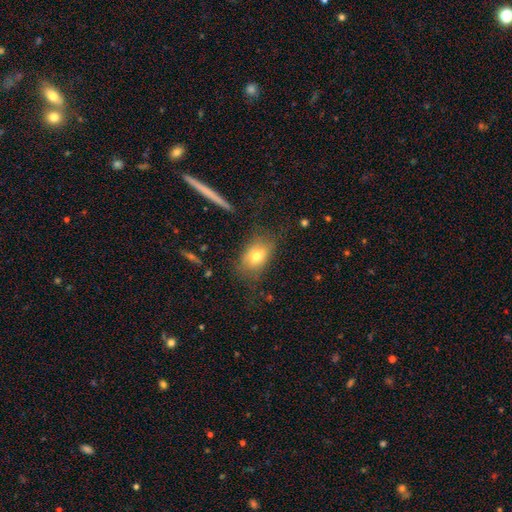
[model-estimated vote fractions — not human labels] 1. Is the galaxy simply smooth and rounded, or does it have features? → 71% smooth, 18% featured or disk, 11% star or artifact.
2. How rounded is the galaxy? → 74% in between, 23% round, 2% cigar-shaped.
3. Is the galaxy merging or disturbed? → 67% none, 19% minor disturbance, 12% major disturbance, 2% merger.